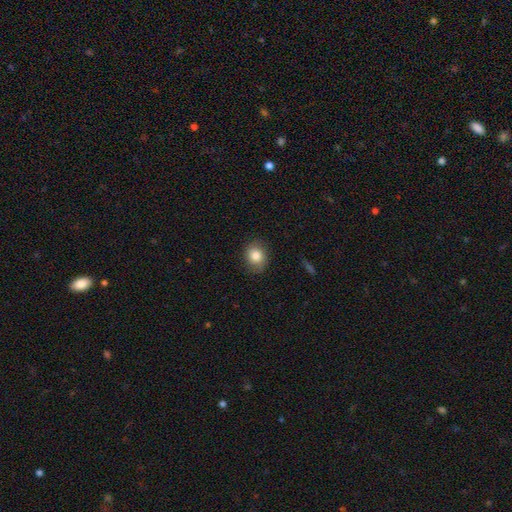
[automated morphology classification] Smooth or featured?
  - smooth: 83% *
  - star or artifact: 9%
  - featured or disk: 8%
How rounded?
  - round: 51% *
  - in between: 48%
  - cigar-shaped: 1%
Merging?
  - none: 83% *
  - minor disturbance: 13%
  - major disturbance: 3%
  - merger: 1%